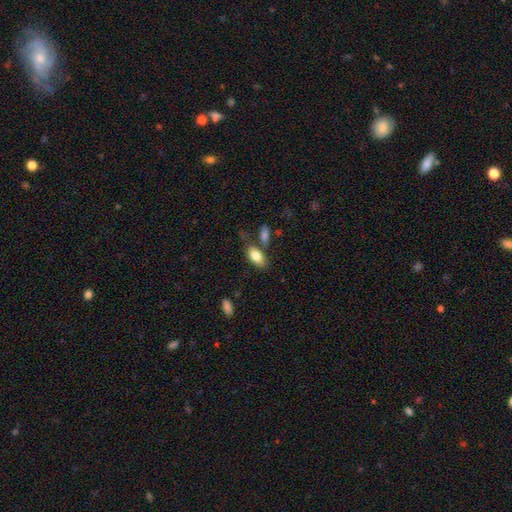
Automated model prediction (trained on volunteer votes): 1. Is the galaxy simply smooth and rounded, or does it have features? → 82% smooth, 12% featured or disk, 7% star or artifact.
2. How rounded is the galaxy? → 91% in between, 6% cigar-shaped, 3% round.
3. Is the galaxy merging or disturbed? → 68% none, 14% minor disturbance, 14% merger, 4% major disturbance.